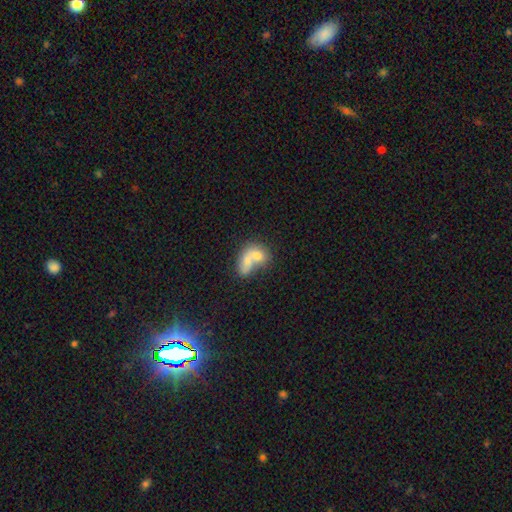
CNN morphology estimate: This is likely a smooth galaxy (68%). How rounded: likely in between (66%). Merging: likely merger (75%).